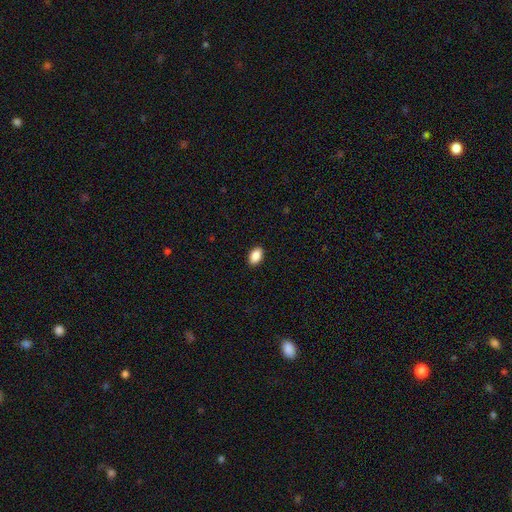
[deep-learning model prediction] This is clearly a smooth galaxy (90%). How rounded: clearly in between (92%). Merging: clearly none (90%).